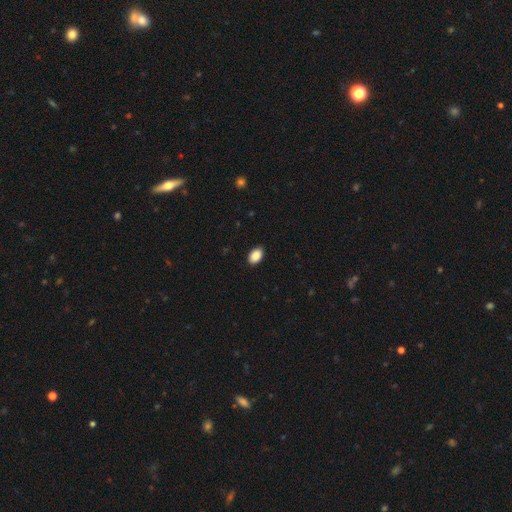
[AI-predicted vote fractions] A smooth galaxy with no disk features (89%) that is in between round and cigar-shaped (91%). Merging: none (90%).